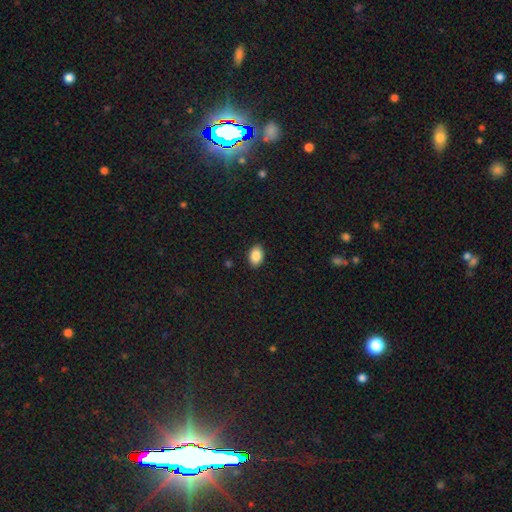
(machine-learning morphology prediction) smooth 88%, star or artifact 8%, featured or disk 4%. Down the decision tree: how rounded — in between (85%); merging — none (89%).